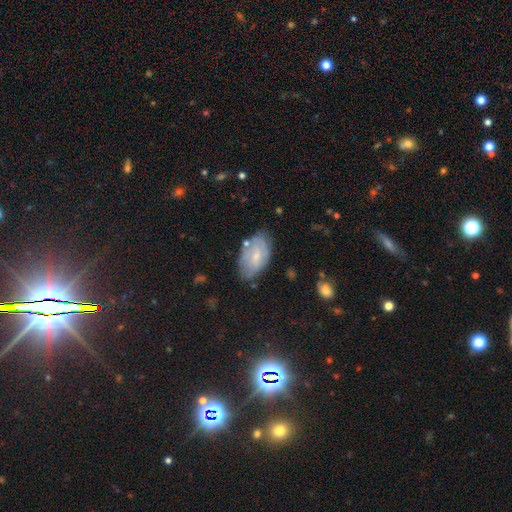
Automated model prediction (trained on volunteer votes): This appears to be a smooth galaxy with no disk features (49%). Merging: none (69%).